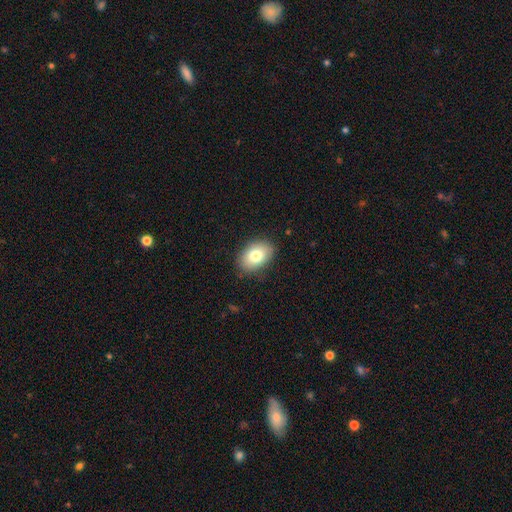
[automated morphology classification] Overall: smooth (79%). How rounded: in between (86%). Merging: none (86%).